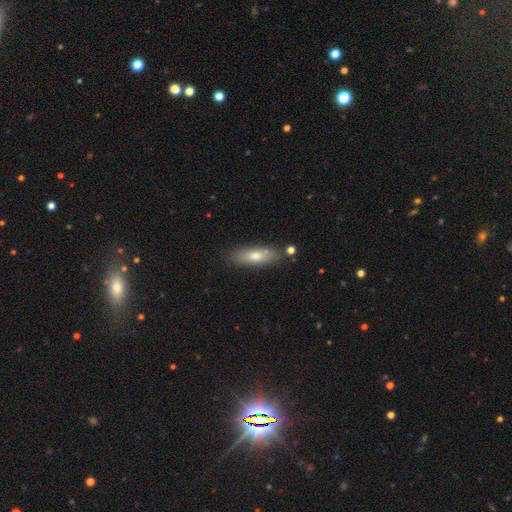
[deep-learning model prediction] smooth_or_featured: smooth (p=0.69) [alt: featured or disk p=0.24]
how_rounded: in between (p=0.51) [alt: cigar-shaped p=0.47]
merging: none (p=0.81) [alt: minor disturbance p=0.13]